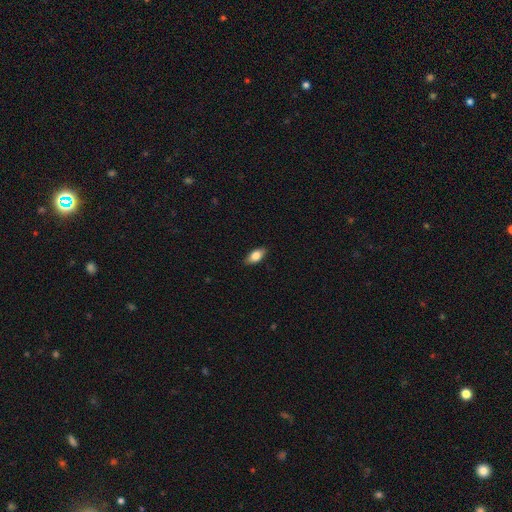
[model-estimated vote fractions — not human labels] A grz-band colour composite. It shows a smooth galaxy with no disk features (79%) that is in between round and cigar-shaped (88%). Merging: none (86%).